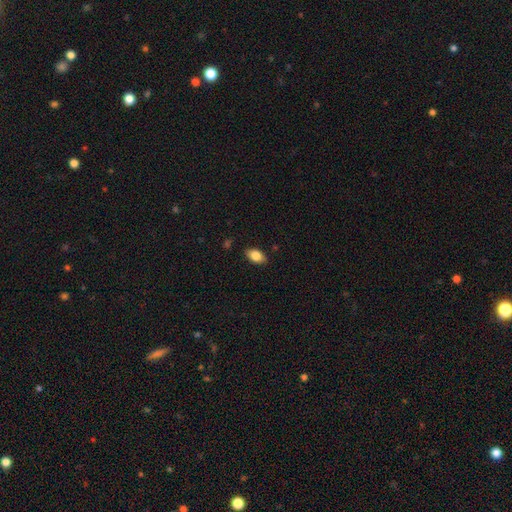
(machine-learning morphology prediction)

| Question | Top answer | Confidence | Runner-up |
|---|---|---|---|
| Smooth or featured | smooth | 83% | featured or disk (10%) |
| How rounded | in between | 90% | round (8%) |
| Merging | none | 86% | minor disturbance (11%) |